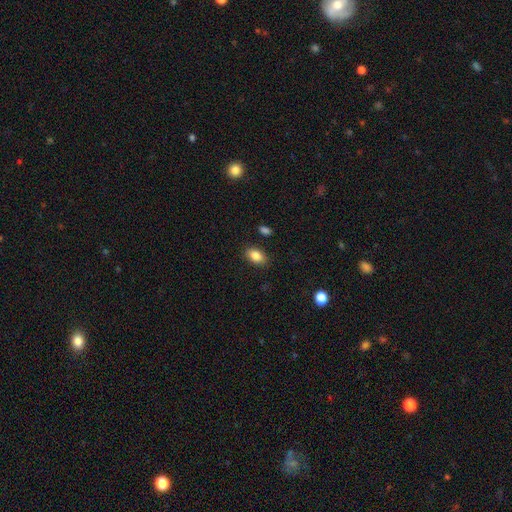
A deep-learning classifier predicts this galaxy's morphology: A smooth galaxy with no disk features (85%) that is in between round and cigar-shaped (87%).

Vote fractions:
- Smooth or featured? smooth: 85% / star or artifact: 8% / featured or disk: 6%
- How rounded? in between: 87% / round: 11% / cigar-shaped: 2%
- Merging? none: 86% / minor disturbance: 9% / major disturbance: 2% / merger: 2%